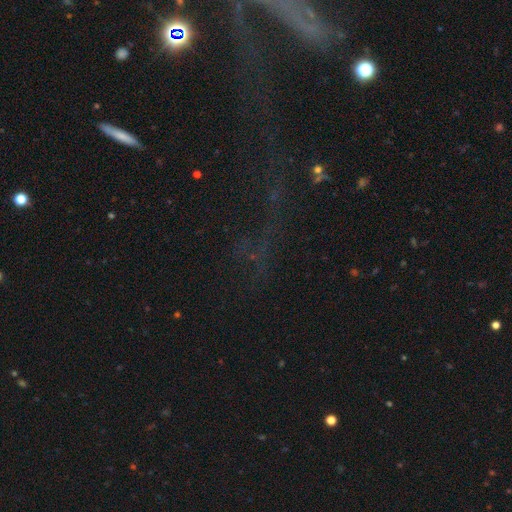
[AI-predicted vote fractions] A star or artifact, not a galaxy (63%).